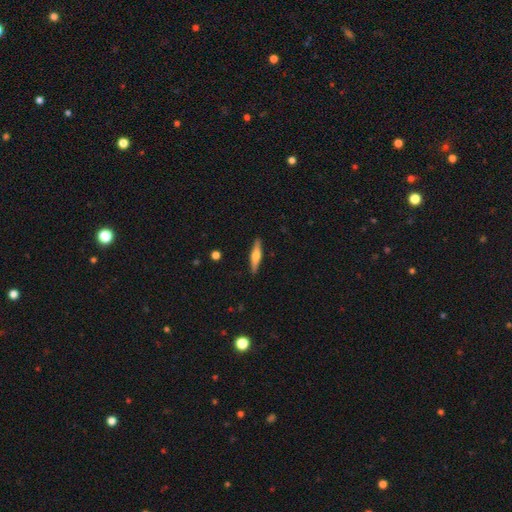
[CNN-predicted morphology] smooth_or_featured: featured or disk (p=0.54) [alt: smooth p=0.41]
disk_edge_on: yes (p=0.96) [alt: no p=0.04]
edge_on_bulge: rounded (p=0.84) [alt: boxy p=0.11]
merging: none (p=0.89) [alt: minor disturbance p=0.08]